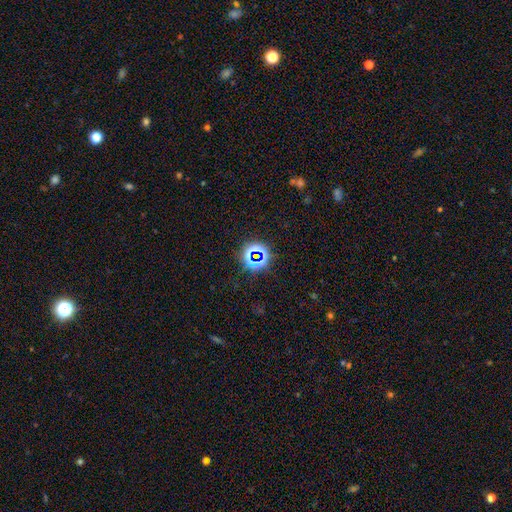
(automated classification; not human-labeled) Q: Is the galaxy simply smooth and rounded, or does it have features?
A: star or artifact — 72%.